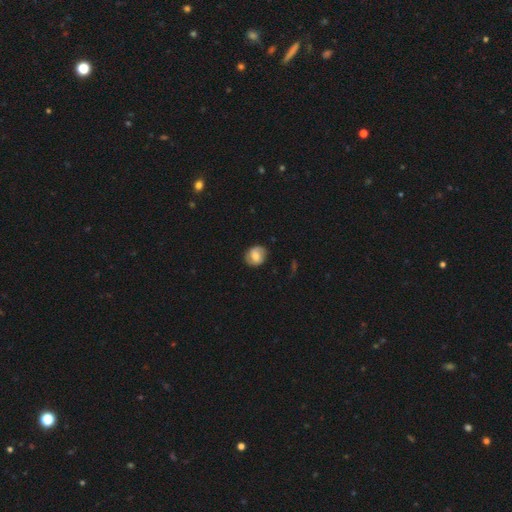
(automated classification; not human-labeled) Overall: smooth (62%; featured or disk 30%). How rounded: round (67%; in between 32%). Merging: none (77%).